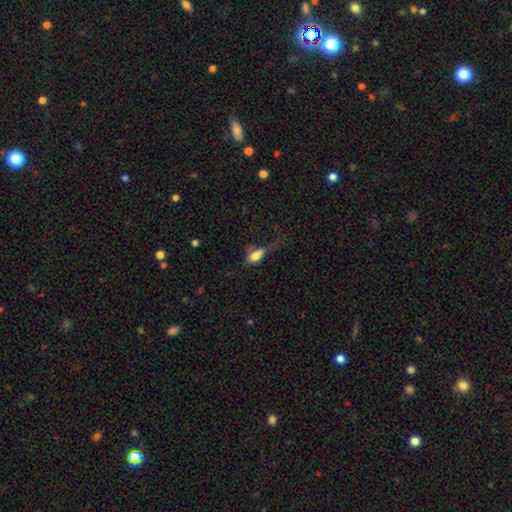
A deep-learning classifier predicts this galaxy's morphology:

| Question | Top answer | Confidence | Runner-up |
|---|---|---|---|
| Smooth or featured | smooth | 70% | featured or disk (19%) |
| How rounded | in between | 80% | round (10%) |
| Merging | major disturbance | 46% | none (24%) |